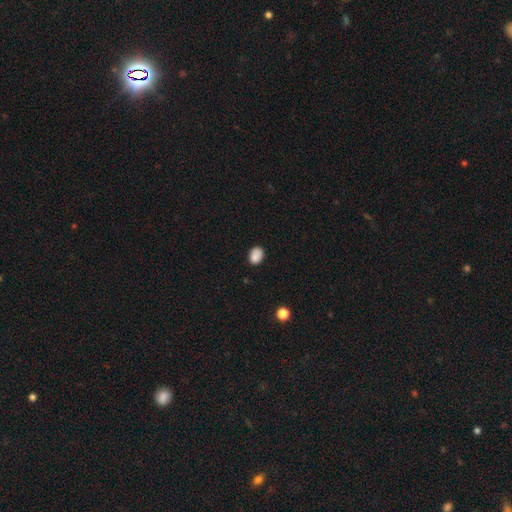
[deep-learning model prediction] A smooth galaxy with no disk features (85%) that is in between round and cigar-shaped (72%). Merging: none (73%).